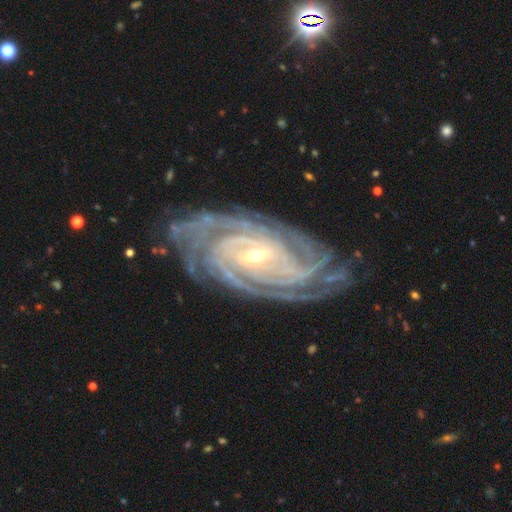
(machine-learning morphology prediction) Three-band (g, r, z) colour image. It shows a featured or disk galaxy (93%) with a weak bar (40%), 4 (28%) tight (82%) spiral arms (99%) and a small central bulge (68%). Merging: none (80%).